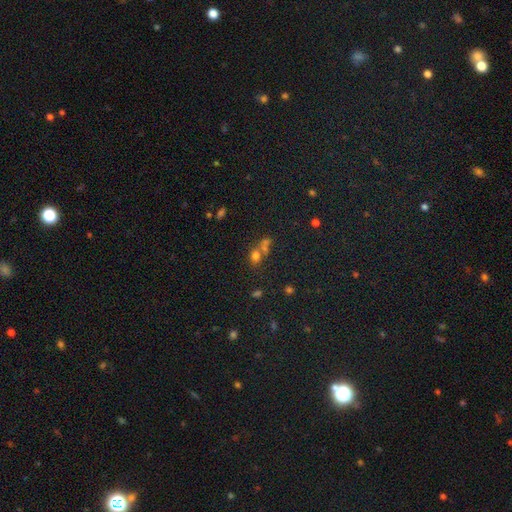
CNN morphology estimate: This is likely a smooth galaxy (65%). How rounded: possibly round (55%). Merging: marginally none (43%).